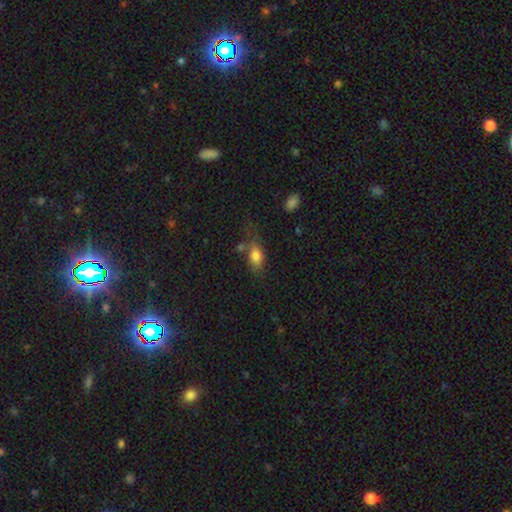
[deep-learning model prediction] A smooth galaxy with no disk features (78%) that is in between round and cigar-shaped (82%). Merging: none (51%).